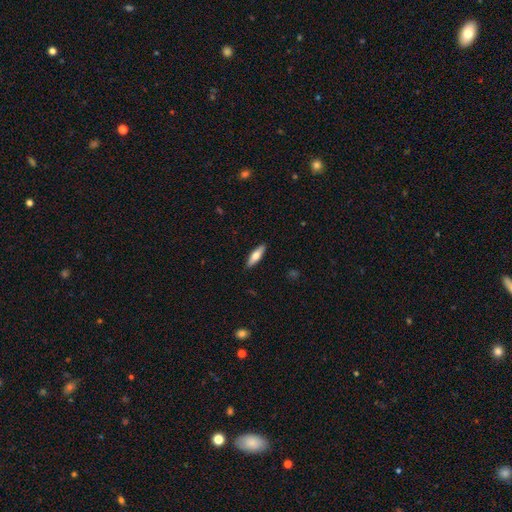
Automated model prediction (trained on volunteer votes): This appears to be a smooth galaxy with no disk features (66%) that is cigar-shaped (56%). Merging: none (90%).